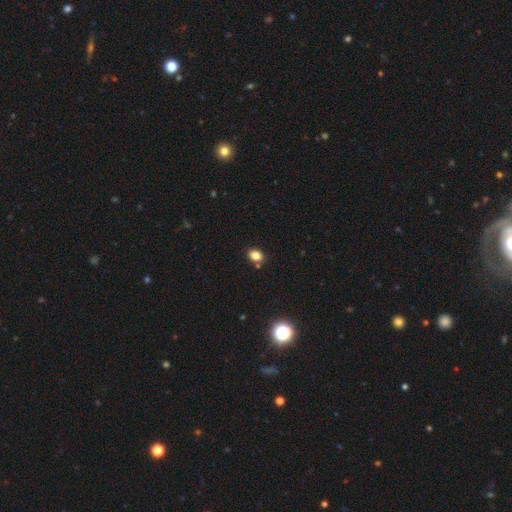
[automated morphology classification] A smooth galaxy with no disk features (82%) that is in between round and cigar-shaped (62%).

Vote fractions:
- Smooth or featured? smooth: 82% / star or artifact: 13% / featured or disk: 6%
- How rounded? in between: 62% / round: 37% / cigar-shaped: 1%
- Merging? none: 82% / minor disturbance: 10% / merger: 6% / major disturbance: 2%